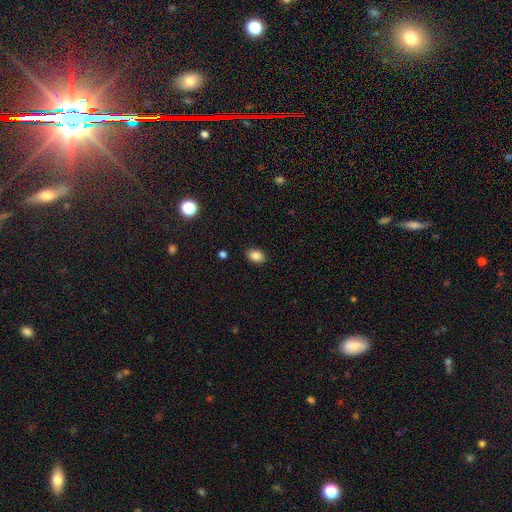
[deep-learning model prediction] Smooth or featured? smooth (86%)
How rounded? in between (80%)
Merging? none (87%)